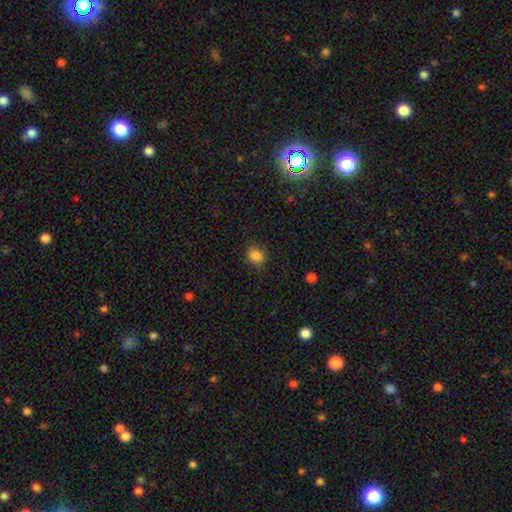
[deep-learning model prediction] This appears to be a smooth galaxy with no disk features (85%) that is round (73%). Merging: none (83%).